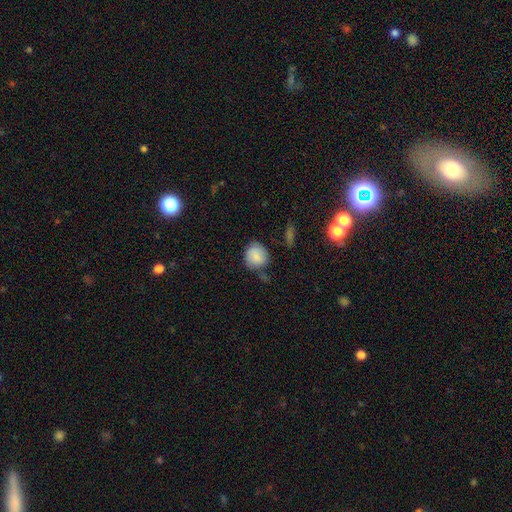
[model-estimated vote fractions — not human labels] Smooth or featured?
  - smooth: 83% *
  - featured or disk: 9%
  - star or artifact: 8%
How rounded?
  - round: 77% *
  - in between: 22%
  - cigar-shaped: 1%
Merging?
  - none: 60% *
  - minor disturbance: 27%
  - major disturbance: 7%
  - merger: 6%